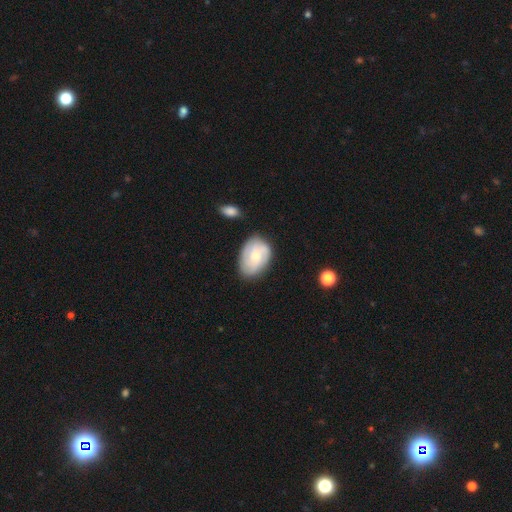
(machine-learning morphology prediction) Q: Smooth or featured?
A: featured or disk (58%); runner-up: smooth (36%)
Q: Edge-on disk?
A: no (97%); runner-up: yes (3%)
Q: Bar?
A: no (67%); runner-up: weak (30%)
Q: Spiral arms?
A: yes (87%); runner-up: no (13%)
Q: Bulge size?
A: moderate (47%); runner-up: small (46%)
Q: Merging?
A: none (73%); runner-up: minor disturbance (19%)